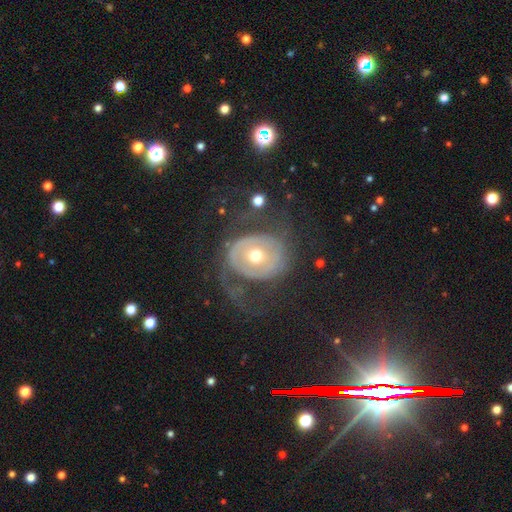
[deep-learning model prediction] A featured or disk galaxy (72%) with no bar (72%), spiral arms (61%) and a moderate central bulge (74%). Merging: none (43%).